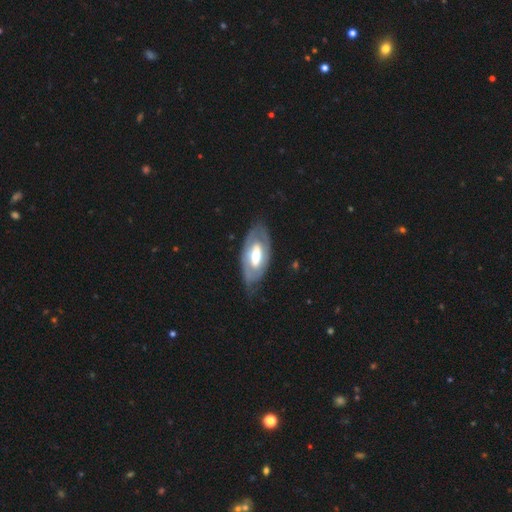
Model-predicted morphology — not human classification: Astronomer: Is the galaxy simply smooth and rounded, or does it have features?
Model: featured or disk — 64%.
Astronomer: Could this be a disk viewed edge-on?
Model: no — 88%.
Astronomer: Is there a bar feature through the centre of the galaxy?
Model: no — 39% (runner-up: weak, 33%).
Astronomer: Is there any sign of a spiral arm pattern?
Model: no — 57% (runner-up: yes, 43%).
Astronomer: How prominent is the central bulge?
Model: moderate — 61%.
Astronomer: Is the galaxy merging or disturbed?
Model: none — 68%.